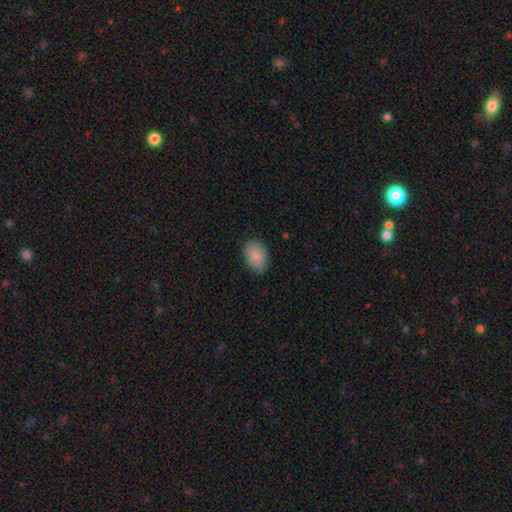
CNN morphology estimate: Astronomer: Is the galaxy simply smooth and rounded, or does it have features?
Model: smooth — 88%.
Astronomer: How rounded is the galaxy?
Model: in between — 83%.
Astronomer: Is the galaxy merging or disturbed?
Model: none — 83%.